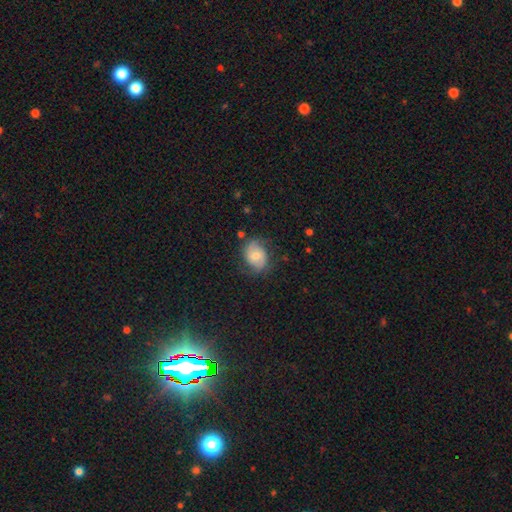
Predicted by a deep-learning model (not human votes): Overall: smooth (53%; featured or disk 39%). How rounded: in between (65%; round 34%). Merging: none (65%).